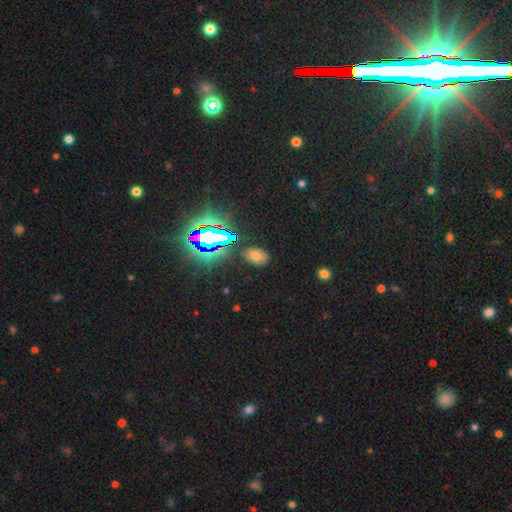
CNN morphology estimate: smooth_or_featured: smooth (p=0.56) [alt: star or artifact p=0.34]
how_rounded: in between (p=0.83) [alt: round p=0.16]
merging: none (p=0.83) [alt: minor disturbance p=0.11]